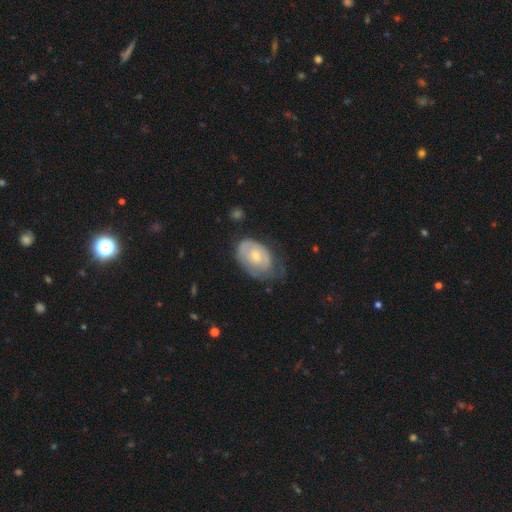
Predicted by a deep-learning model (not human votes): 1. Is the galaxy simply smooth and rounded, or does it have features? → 52% featured or disk, 42% smooth, 6% star or artifact.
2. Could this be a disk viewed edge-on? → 95% no, 5% yes.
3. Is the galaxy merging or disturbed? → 42% none, 37% minor disturbance, 19% major disturbance, 2% merger.